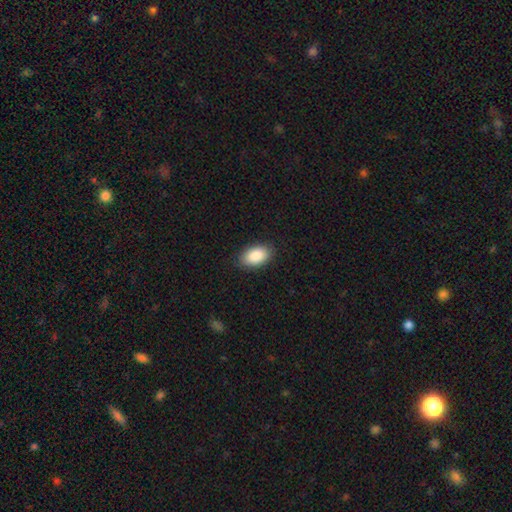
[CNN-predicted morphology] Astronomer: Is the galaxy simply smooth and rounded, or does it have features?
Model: smooth — 89%.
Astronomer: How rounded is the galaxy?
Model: in between — 94%.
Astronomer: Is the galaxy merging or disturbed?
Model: none — 87%.